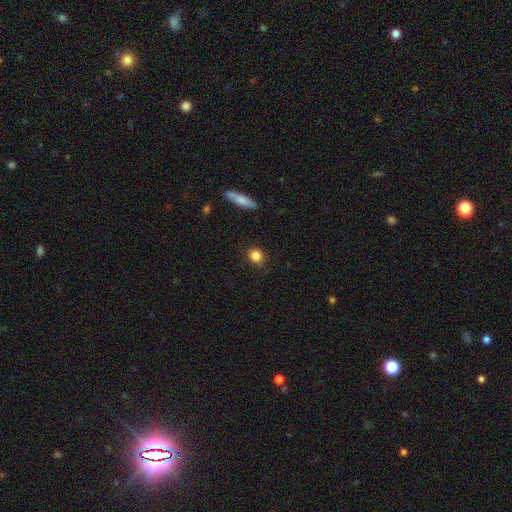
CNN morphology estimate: Smooth or featured: smooth — 85% (star or artifact — 10%)
How rounded: round — 71% (in between — 27%)
Merging: none — 83% (minor disturbance — 13%)